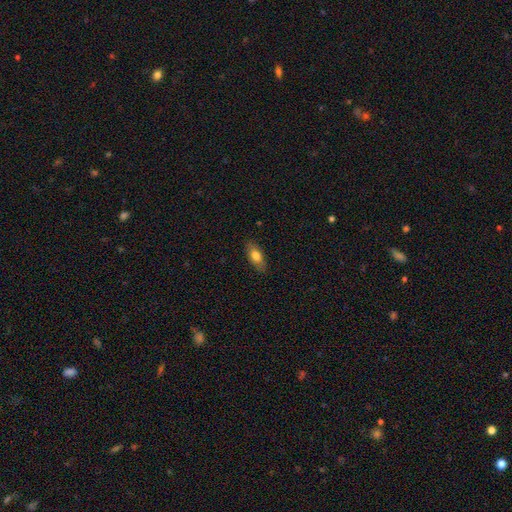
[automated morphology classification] smooth_or_featured: smooth (p=0.77) [alt: featured or disk p=0.16]
how_rounded: in between (p=0.83) [alt: cigar-shaped p=0.14]
merging: none (p=0.85) [alt: minor disturbance p=0.12]